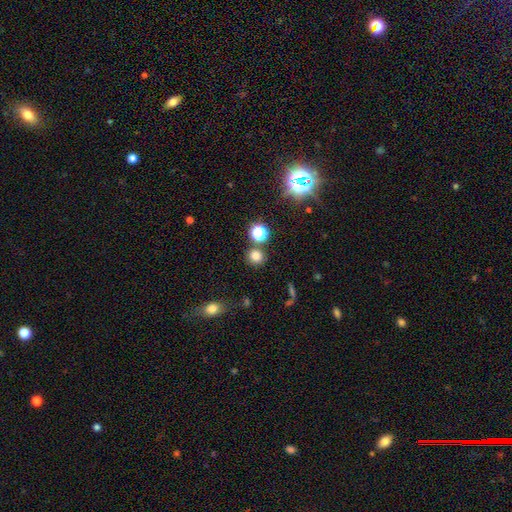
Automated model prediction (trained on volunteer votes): Smooth or featured: smooth — 76% (star or artifact — 18%)
How rounded: round — 87% (in between — 12%)
Merging: none — 80% (merger — 9%)